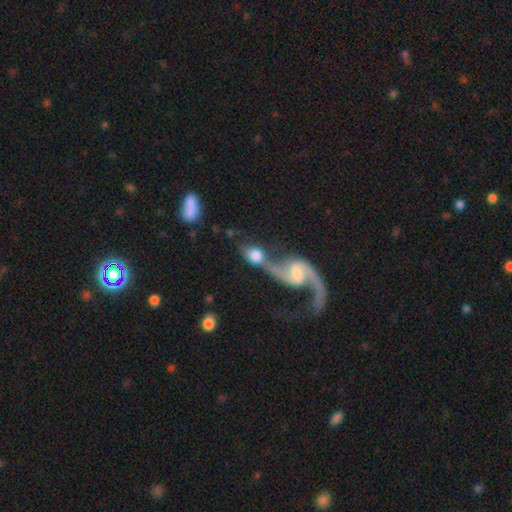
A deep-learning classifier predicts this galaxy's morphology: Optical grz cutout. It shows a smooth galaxy with no disk features (50%) that is in between round and cigar-shaped (59%). Merging: merger (67%).